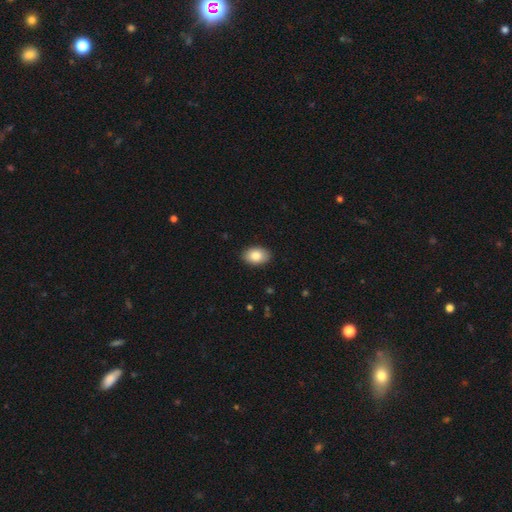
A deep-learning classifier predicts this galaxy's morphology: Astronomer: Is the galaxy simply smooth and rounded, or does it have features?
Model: smooth — 84%.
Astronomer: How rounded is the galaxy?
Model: in between — 87%.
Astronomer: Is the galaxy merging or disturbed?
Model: none — 90%.